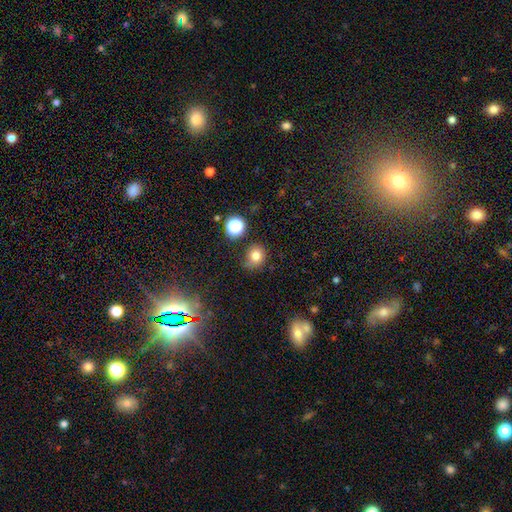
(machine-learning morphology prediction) This appears to be a smooth galaxy with no disk features (79%) that is round (74%). Merging: none (69%).